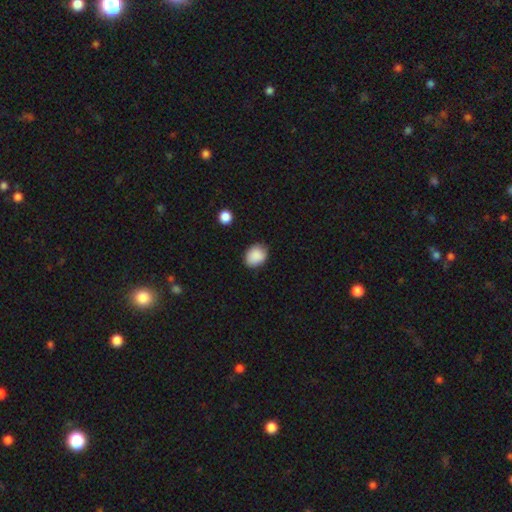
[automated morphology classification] type=smooth (88%); roundness=in between (52%); merging=none (79%).